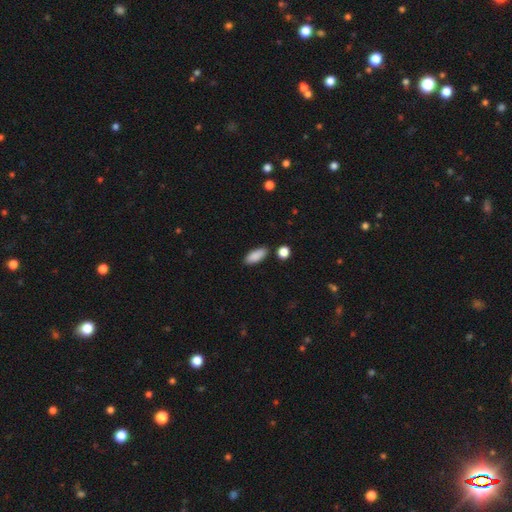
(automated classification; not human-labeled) This is clearly a smooth galaxy (89%). How rounded: clearly in between (82%). Merging: clearly none (84%).